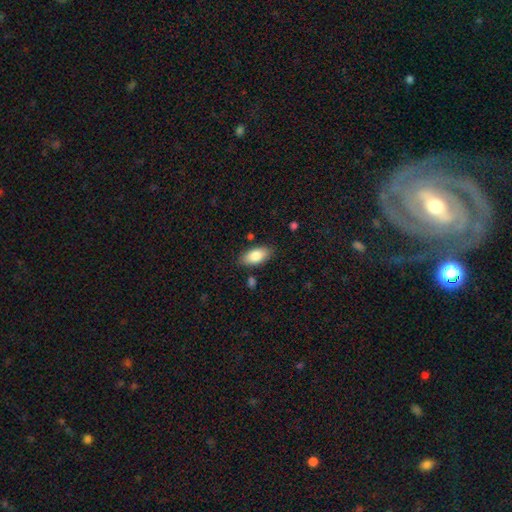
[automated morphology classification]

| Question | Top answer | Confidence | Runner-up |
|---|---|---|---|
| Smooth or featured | smooth | 84% | featured or disk (10%) |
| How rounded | in between | 91% | cigar-shaped (6%) |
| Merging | none | 84% | minor disturbance (11%) |